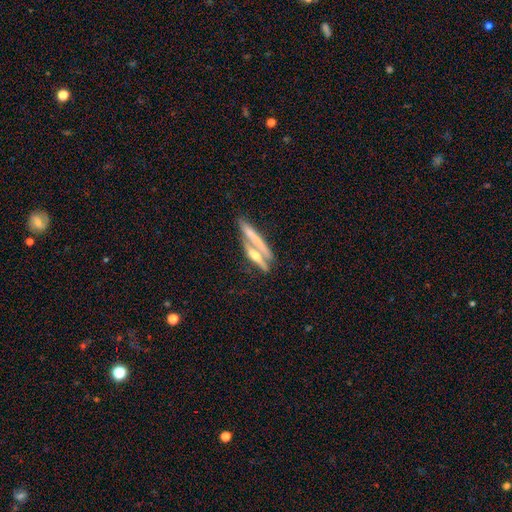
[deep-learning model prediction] smooth_or_featured: featured or disk (p=0.54) [alt: smooth p=0.38]
disk_edge_on: yes (p=0.77) [alt: no p=0.23]
merging: merger (p=0.49) [alt: none p=0.35]